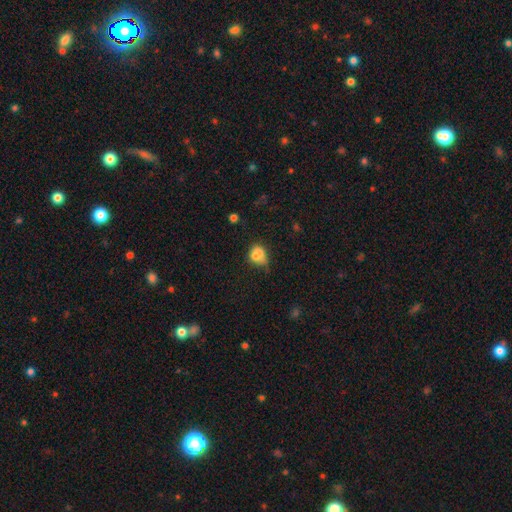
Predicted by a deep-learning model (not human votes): The model was most divided on "merging": merger: 35%, none: 31%, minor disturbance: 23%, major disturbance: 11%. More confident: smooth or featured — smooth (70%); how rounded — round (53%).